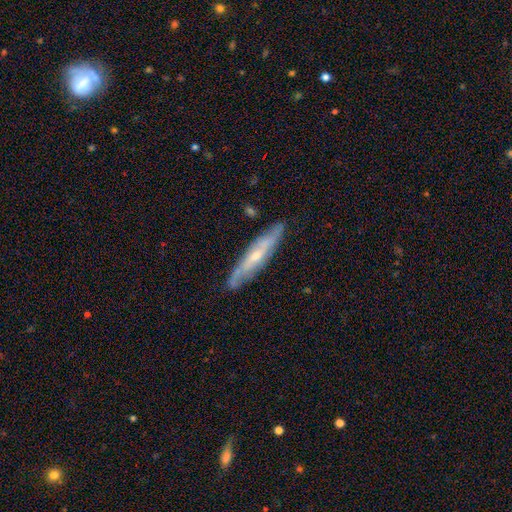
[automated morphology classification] smooth-or-featured: featured or disk: 68% | smooth: 26% | star or artifact: 6%
  disk-edge-on: yes: 57% | no: 43%
  merging: none: 82% | minor disturbance: 14% | major disturbance: 3% | merger: 1%